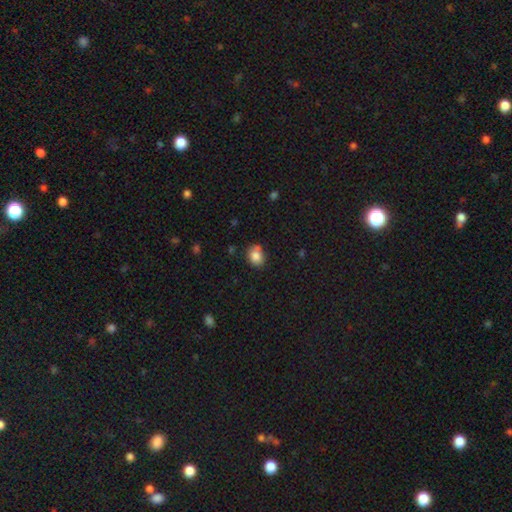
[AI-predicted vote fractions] This appears to be a smooth galaxy with no disk features (84%) that is in between round and cigar-shaped (50%). Merging: none (64%).